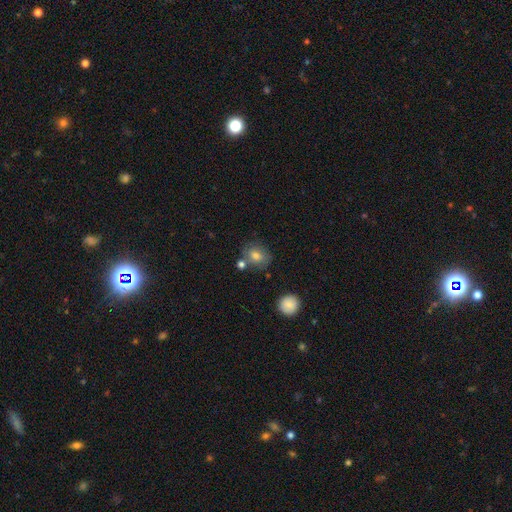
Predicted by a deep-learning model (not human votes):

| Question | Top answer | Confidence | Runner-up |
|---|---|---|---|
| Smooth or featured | smooth | 76% | featured or disk (14%) |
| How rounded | round | 67% | in between (32%) |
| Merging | none | 65% | minor disturbance (15%) |